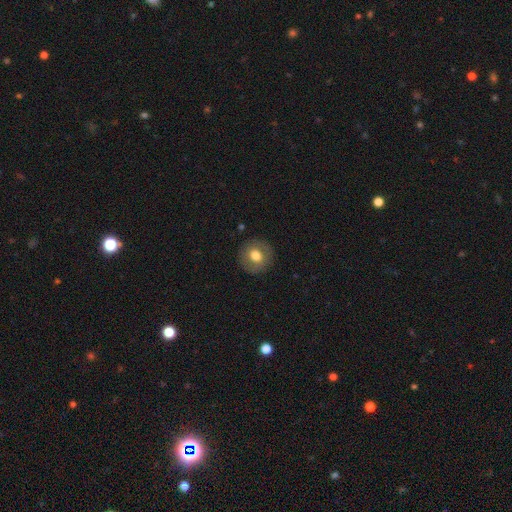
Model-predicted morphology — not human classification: The model was most divided on "smooth or featured": smooth: 70%, featured or disk: 22%, star or artifact: 8%. More confident: how rounded — round (90%); merging — none (89%).